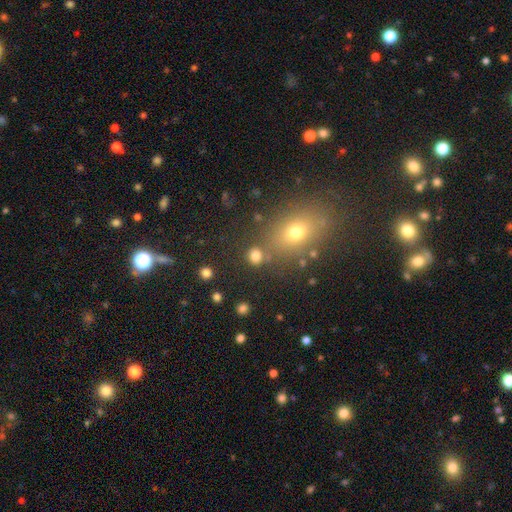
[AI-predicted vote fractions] Smooth or featured? smooth (79%)
How rounded? round (76%)
Merging? none (76%)